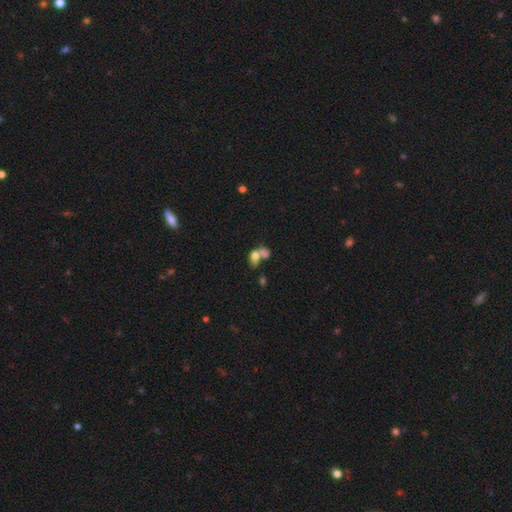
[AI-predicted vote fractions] Smooth or featured? Predicted: smooth (p=0.71). How rounded? Predicted: in between (p=0.75). Merging? Predicted: merger (p=0.64).